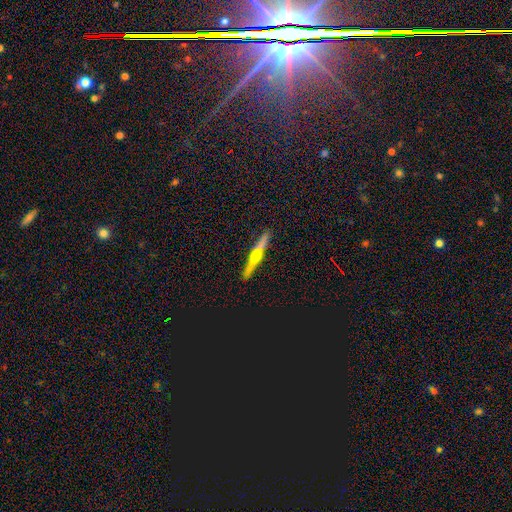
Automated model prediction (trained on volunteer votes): Smooth or featured? Predicted: featured or disk (p=0.66). Edge-on disk? Predicted: yes (p=0.96). Edge-on bulge? Predicted: rounded (p=0.88). Merging? Predicted: none (p=0.82).